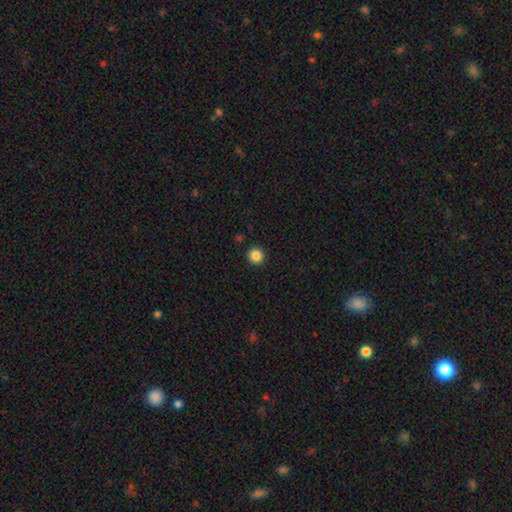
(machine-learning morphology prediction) Smooth or featured? smooth (86%)
How rounded? round (95%)
Merging? none (93%)